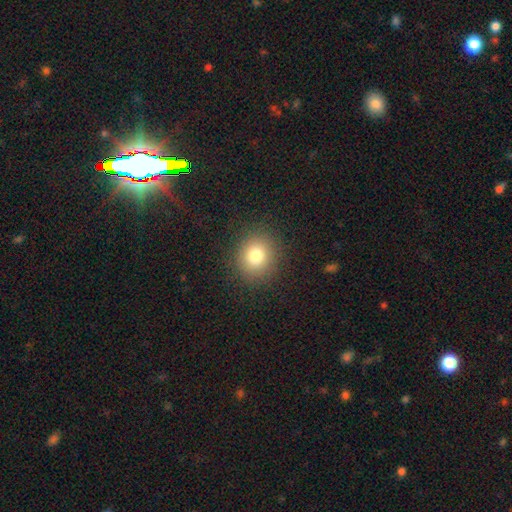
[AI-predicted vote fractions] Smooth or featured? smooth (79%)
How rounded? round (80%)
Merging? none (88%)